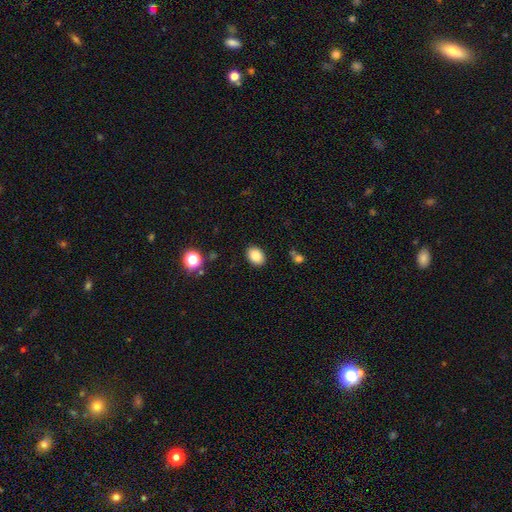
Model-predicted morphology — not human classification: A smooth galaxy with no disk features (85%) that is in between round and cigar-shaped (71%).

Vote fractions:
- Smooth or featured? smooth: 85% / star or artifact: 9% / featured or disk: 6%
- How rounded? in between: 71% / round: 28% / cigar-shaped: 1%
- Merging? none: 88% / minor disturbance: 8% / major disturbance: 2% / merger: 2%